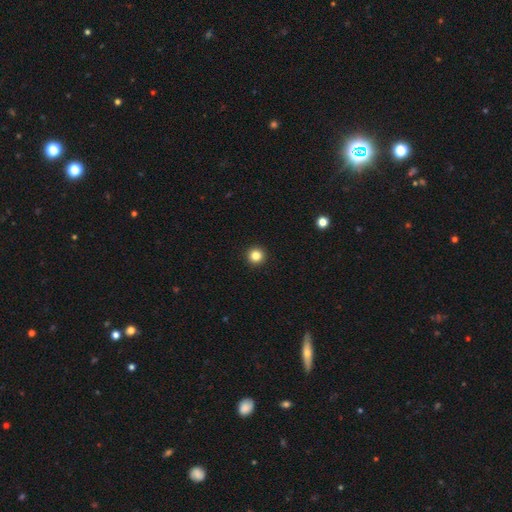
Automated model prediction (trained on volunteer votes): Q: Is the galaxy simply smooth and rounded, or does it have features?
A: smooth — 84%.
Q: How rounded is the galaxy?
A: round — 96%.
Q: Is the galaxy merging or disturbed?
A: none — 94%.